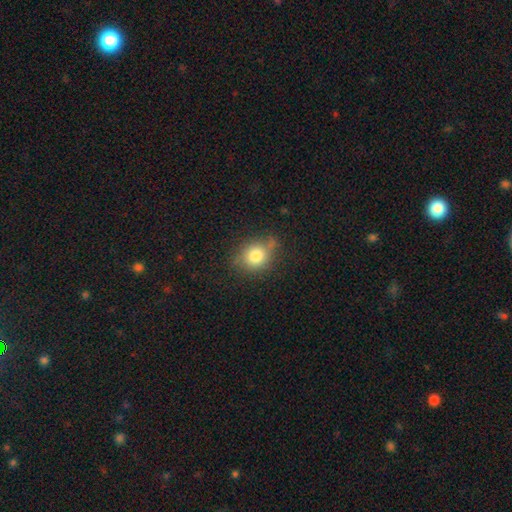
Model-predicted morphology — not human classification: Smooth or featured?
  - smooth: 78% *
  - star or artifact: 11%
  - featured or disk: 11%
How rounded?
  - round: 70% *
  - in between: 28%
  - cigar-shaped: 1%
Merging?
  - none: 66% *
  - minor disturbance: 24%
  - major disturbance: 6%
  - merger: 4%